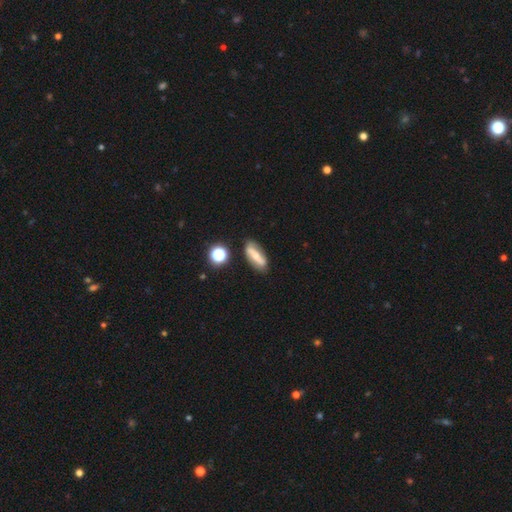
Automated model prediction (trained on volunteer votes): Smooth or featured: featured or disk — 59% (smooth — 33%)
Edge-on disk: no — 72% (yes — 28%)
Merging: none — 82% (minor disturbance — 12%)